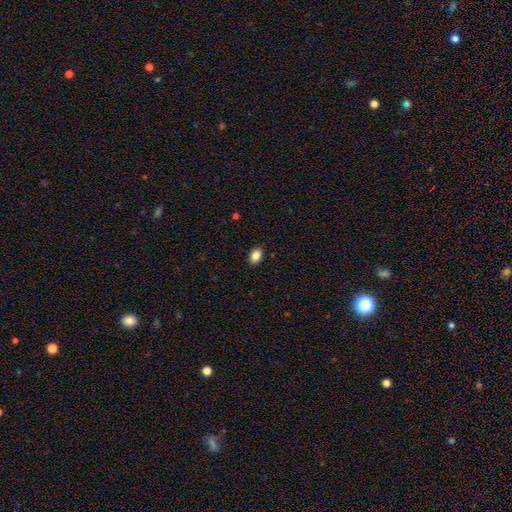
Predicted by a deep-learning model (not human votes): Overall: smooth (85%). How rounded: in between (79%). Merging: none (88%).